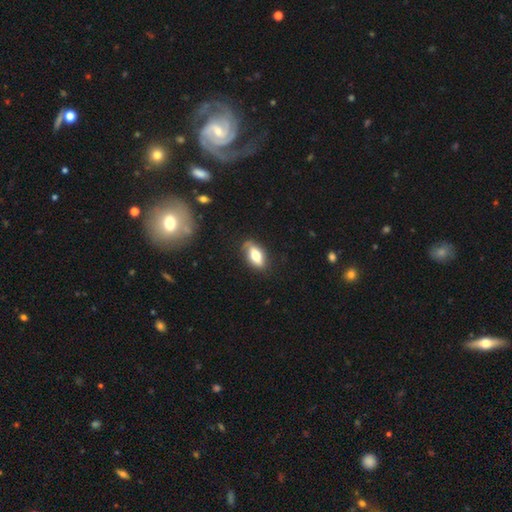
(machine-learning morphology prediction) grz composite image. It shows a smooth galaxy with no disk features (69%) that is in between round and cigar-shaped (84%). Merging: none (76%).